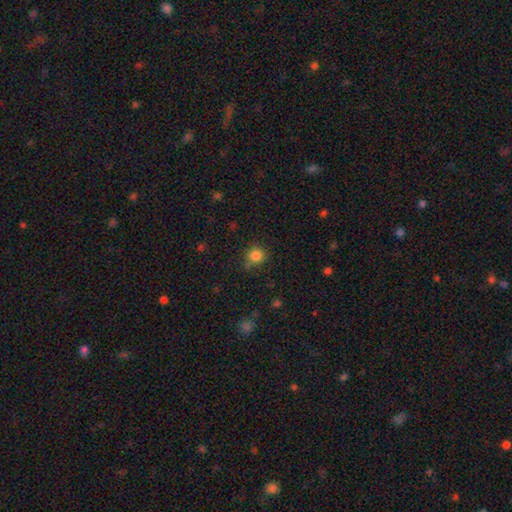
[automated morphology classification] Smooth or featured?
  - smooth: 84% *
  - star or artifact: 12%
  - featured or disk: 4%
How rounded?
  - round: 89% *
  - in between: 10%
  - cigar-shaped: 1%
Merging?
  - none: 75% *
  - minor disturbance: 17%
  - major disturbance: 5%
  - merger: 3%